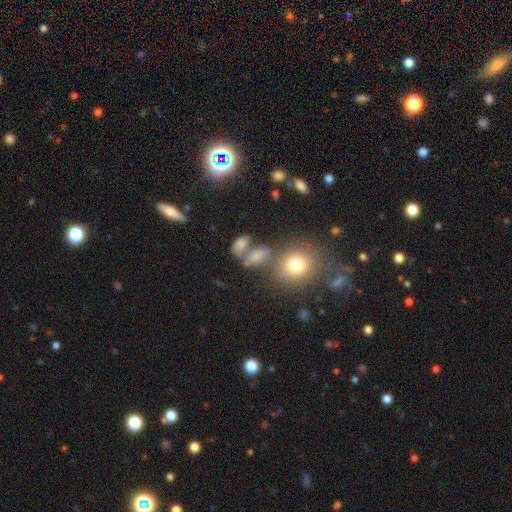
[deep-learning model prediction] smooth-or-featured: smooth: 64% | star or artifact: 19% | featured or disk: 17%
  how-rounded: in between: 69% | round: 25% | cigar-shaped: 6%
  merging: none: 42% | merger: 33% | minor disturbance: 15% | major disturbance: 10%